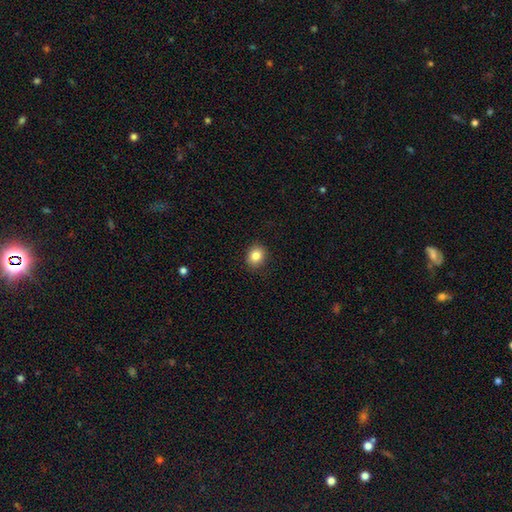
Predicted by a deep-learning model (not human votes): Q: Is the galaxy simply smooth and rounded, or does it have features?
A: smooth — 85%.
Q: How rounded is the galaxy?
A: round — 63%.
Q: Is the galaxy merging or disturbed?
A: none — 89%.